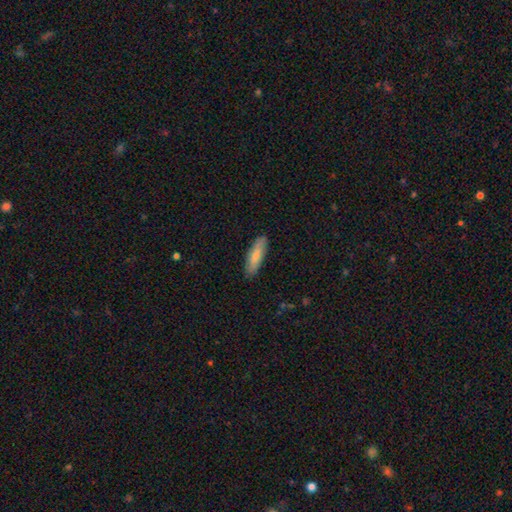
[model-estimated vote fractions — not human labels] smooth_or_featured: smooth (p=0.79) [alt: featured or disk p=0.16]
how_rounded: cigar-shaped (p=0.57) [alt: in between p=0.42]
merging: none (p=0.87) [alt: minor disturbance p=0.10]